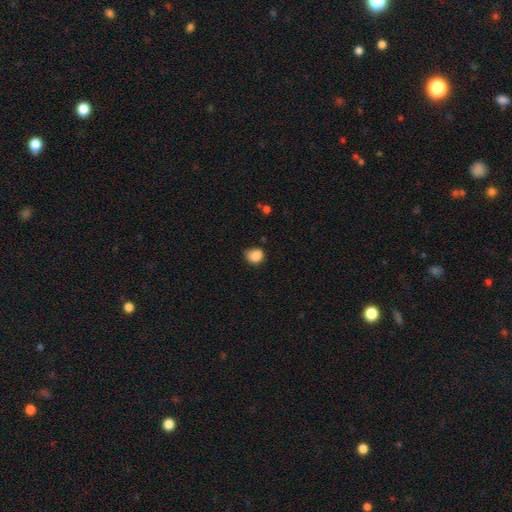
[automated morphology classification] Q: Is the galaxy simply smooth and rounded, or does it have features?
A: smooth — 85%.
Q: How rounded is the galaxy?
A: round — 68%.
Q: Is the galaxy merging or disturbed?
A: none — 56%.